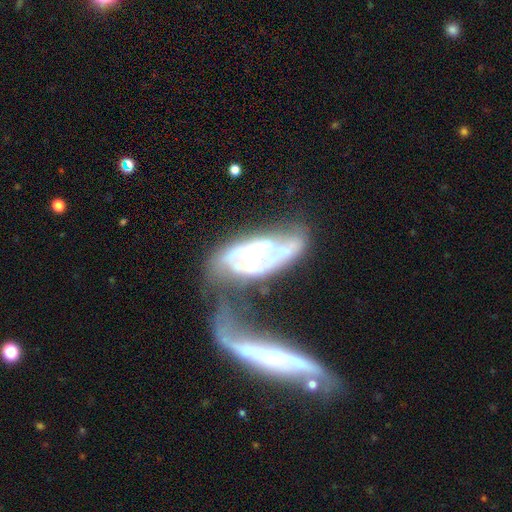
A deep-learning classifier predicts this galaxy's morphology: featured or disk 76%, smooth 17%, star or artifact 7%. Down the decision tree: edge-on disk — no (87%); bar — no (63%); spiral arms — yes (68%); bulge size — small (48%); merging — merger (60%).